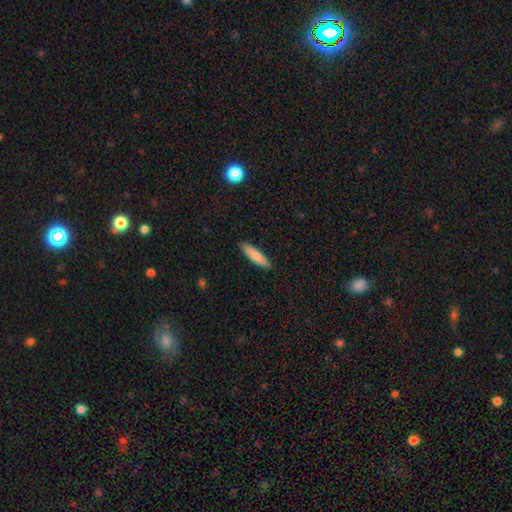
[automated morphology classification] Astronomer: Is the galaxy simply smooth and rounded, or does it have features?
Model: smooth — 81%.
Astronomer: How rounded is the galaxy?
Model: cigar-shaped — 77%.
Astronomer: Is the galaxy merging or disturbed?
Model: none — 89%.